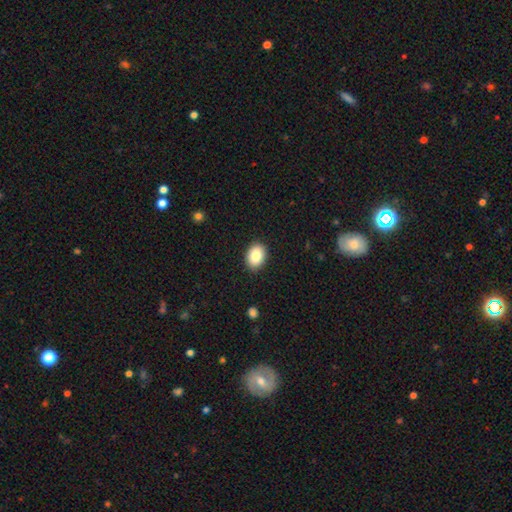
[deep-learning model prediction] smooth 85%, star or artifact 8%, featured or disk 7%. Down the decision tree: how rounded — in between (75%); merging — none (89%).